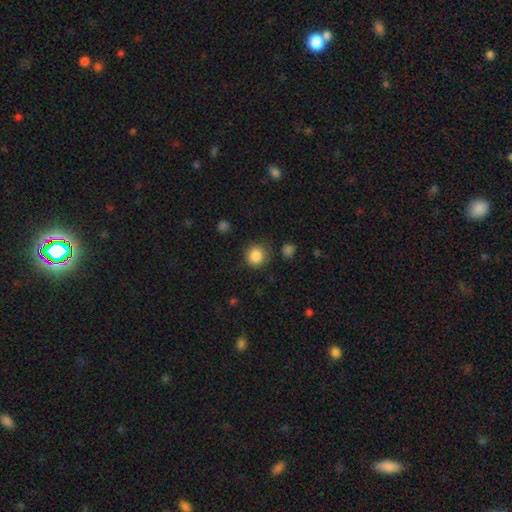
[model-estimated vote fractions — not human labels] smooth_or_featured: smooth (p=0.86) [alt: star or artifact p=0.10]
how_rounded: round (p=0.92) [alt: in between p=0.07]
merging: none (p=0.85) [alt: minor disturbance p=0.10]